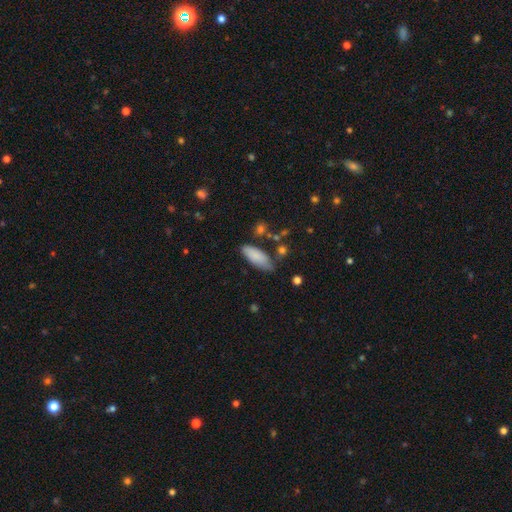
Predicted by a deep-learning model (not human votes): Smooth or featured?
  - smooth: 85% *
  - featured or disk: 9%
  - star or artifact: 6%
How rounded?
  - in between: 78% *
  - cigar-shaped: 20%
  - round: 2%
Merging?
  - none: 66% *
  - minor disturbance: 25%
  - major disturbance: 5%
  - merger: 4%